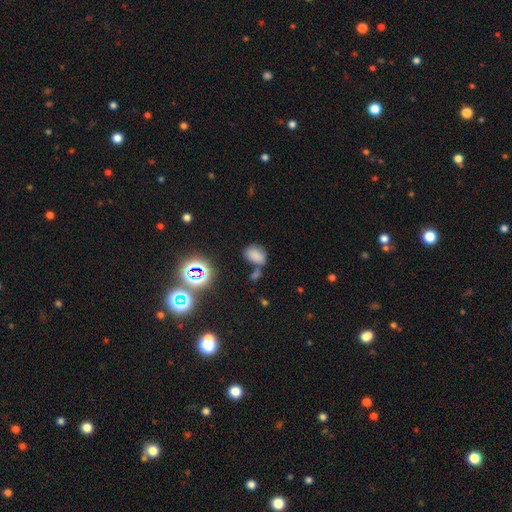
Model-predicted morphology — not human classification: Smooth or featured: smooth — 73% (star or artifact — 19%)
How rounded: in between — 83% (round — 16%)
Merging: none — 51% (merger — 23%)